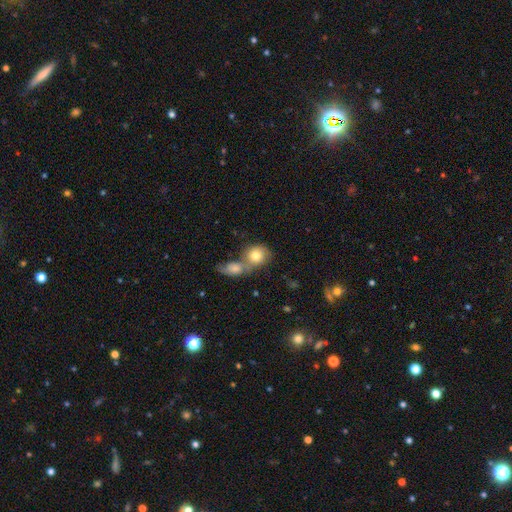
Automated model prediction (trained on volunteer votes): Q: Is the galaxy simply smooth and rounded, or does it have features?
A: smooth — 79%.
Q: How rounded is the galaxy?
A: round — 66%.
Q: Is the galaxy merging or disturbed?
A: merger — 58%.